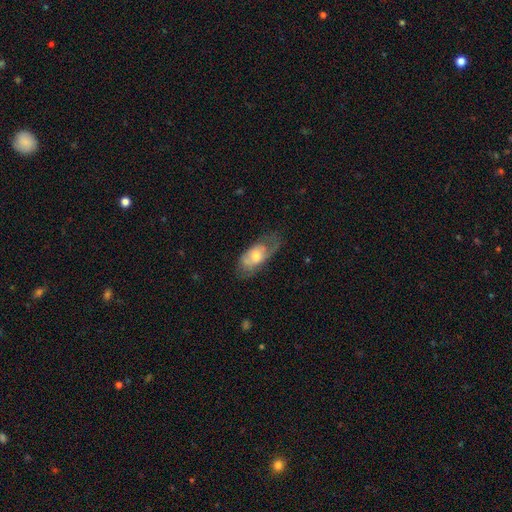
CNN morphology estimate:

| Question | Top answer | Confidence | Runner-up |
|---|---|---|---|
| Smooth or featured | smooth | 49% | featured or disk (45%) |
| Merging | none | 44% | minor disturbance (31%) |